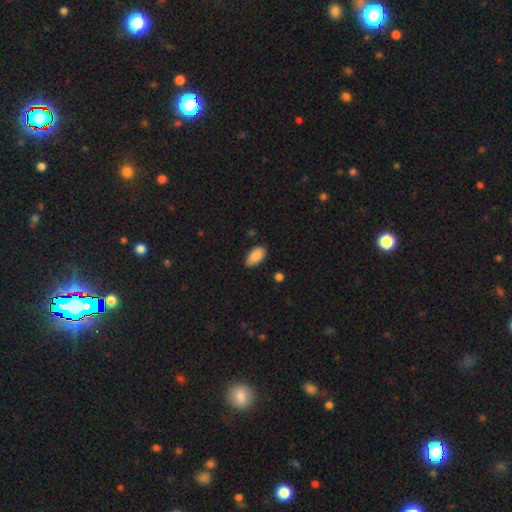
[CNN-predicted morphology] Smooth or featured? smooth (89%)
How rounded? in between (94%)
Merging? none (81%)